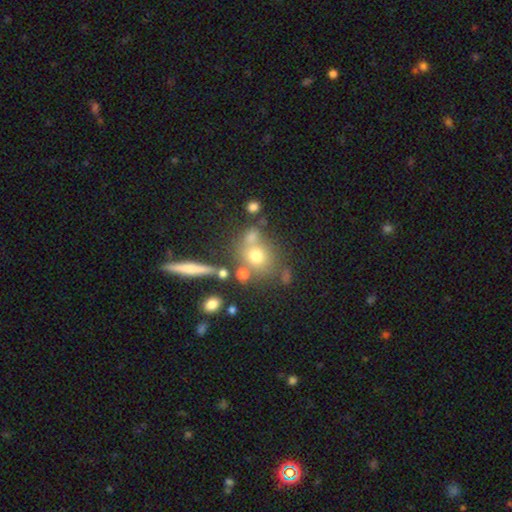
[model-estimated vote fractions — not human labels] smooth-or-featured: smooth: 65% | featured or disk: 19% | star or artifact: 16%
  how-rounded: round: 74% | in between: 23% | cigar-shaped: 4%
  merging: none: 58% | merger: 23% | minor disturbance: 13% | major disturbance: 6%